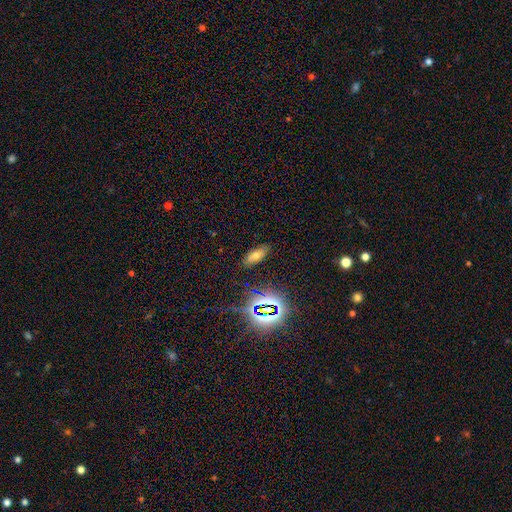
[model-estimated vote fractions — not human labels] Morphology: type=smooth (53%); roundness=in between (77%); merging=none (85%).